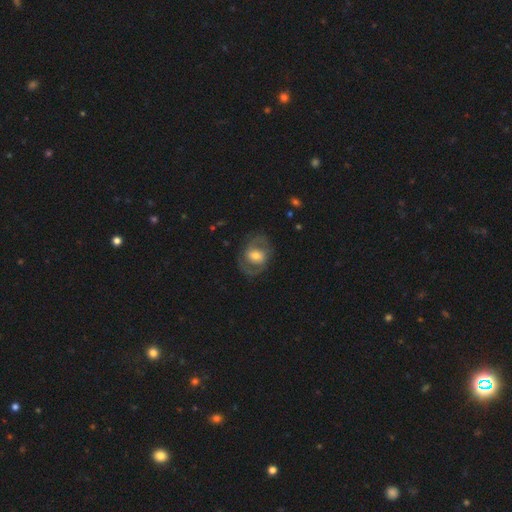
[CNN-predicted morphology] featured or disk 59%, smooth 34%, star or artifact 6%. Down the decision tree: edge-on disk — no (95%); bar — no (45%); spiral arms — yes (61%); bulge size — moderate (58%); merging — none (74%).